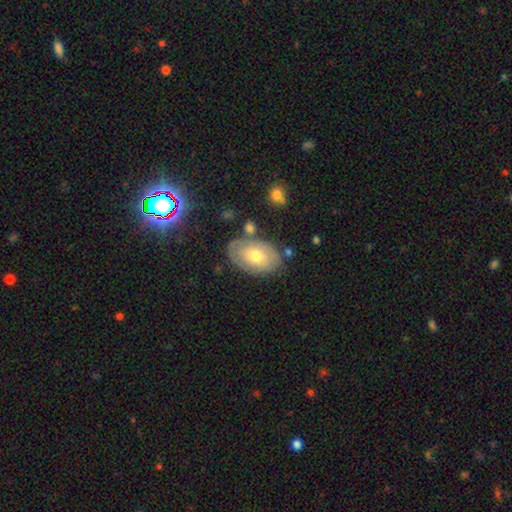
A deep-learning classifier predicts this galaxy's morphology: Smooth or featured? smooth (53%)
How rounded? in between (88%)
Merging? none (70%)